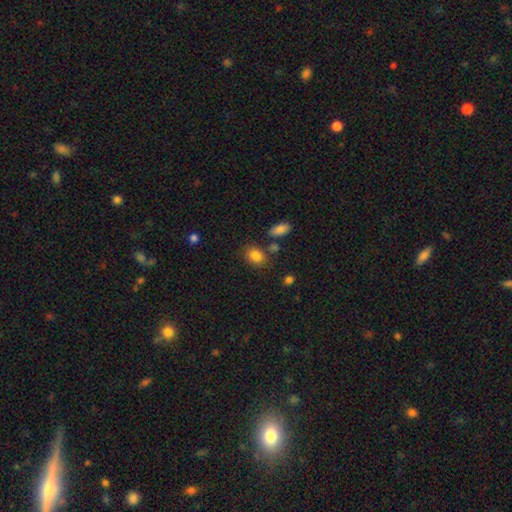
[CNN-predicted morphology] This is clearly a smooth galaxy (84%). How rounded: possibly in between (59%). Merging: likely none (74%).